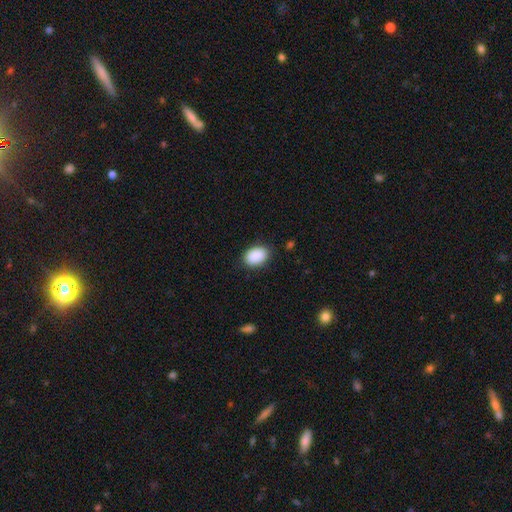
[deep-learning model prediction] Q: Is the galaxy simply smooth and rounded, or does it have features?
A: smooth — 91%.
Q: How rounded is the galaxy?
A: in between — 83%.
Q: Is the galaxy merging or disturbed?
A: none — 86%.